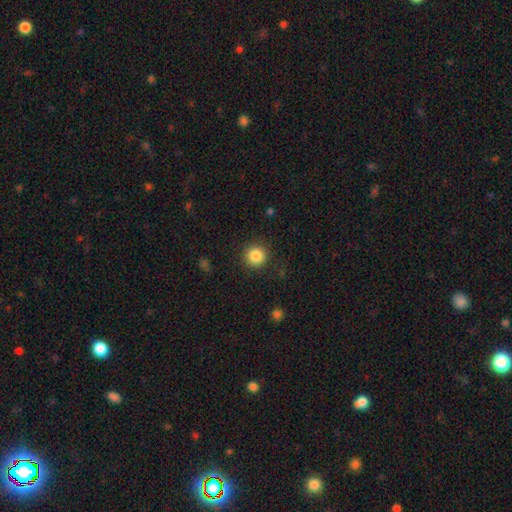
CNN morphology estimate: smooth 86%, star or artifact 10%, featured or disk 4%. Down the decision tree: how rounded — round (95%); merging — none (90%).